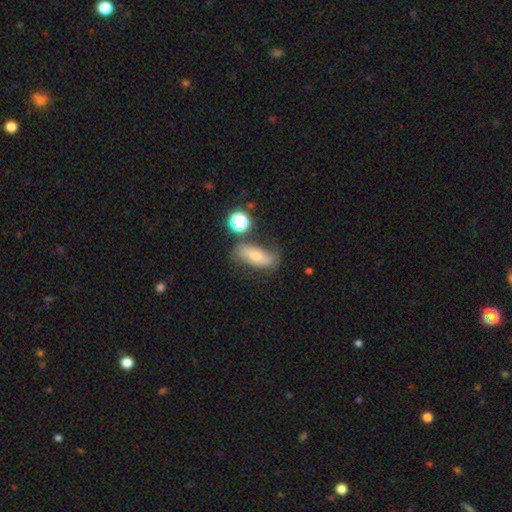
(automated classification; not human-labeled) smooth-or-featured: smooth: 48% | featured or disk: 41% | star or artifact: 11%
  merging: none: 59% | minor disturbance: 22% | major disturbance: 11% | merger: 8%